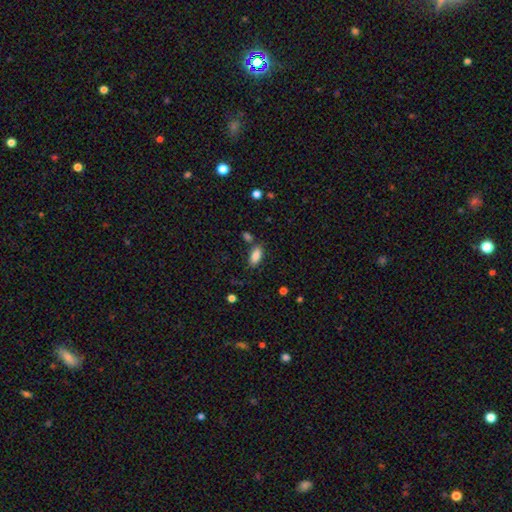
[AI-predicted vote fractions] smooth_or_featured: smooth (p=0.87) [alt: star or artifact p=0.07]
how_rounded: in between (p=0.87) [alt: cigar-shaped p=0.10]
merging: none (p=0.77) [alt: minor disturbance p=0.12]